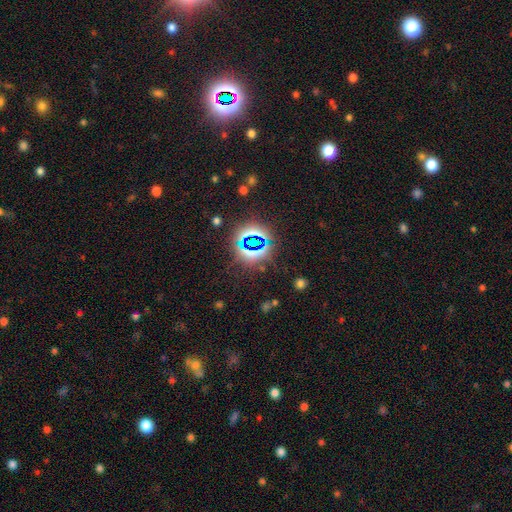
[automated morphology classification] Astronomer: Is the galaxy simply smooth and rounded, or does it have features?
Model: star or artifact — 77%.